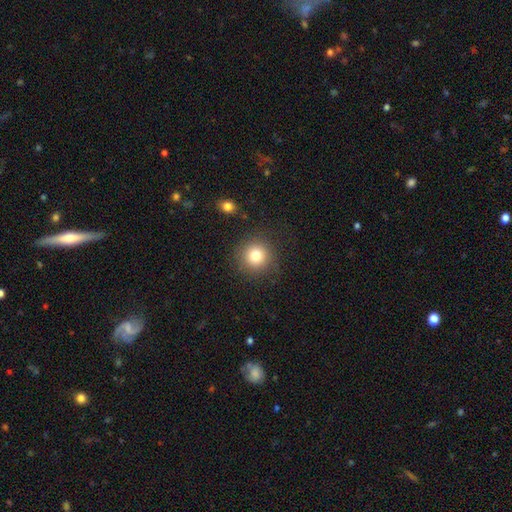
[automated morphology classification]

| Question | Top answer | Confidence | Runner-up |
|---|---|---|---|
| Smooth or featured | smooth | 79% | star or artifact (12%) |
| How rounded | round | 94% | in between (5%) |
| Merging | none | 85% | minor disturbance (9%) |